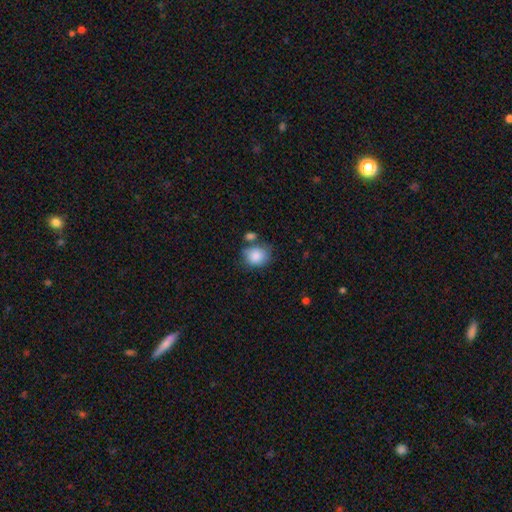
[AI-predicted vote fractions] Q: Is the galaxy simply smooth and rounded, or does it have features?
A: smooth — 85%.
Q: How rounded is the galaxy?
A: round — 61%.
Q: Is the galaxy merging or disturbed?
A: none — 52%.